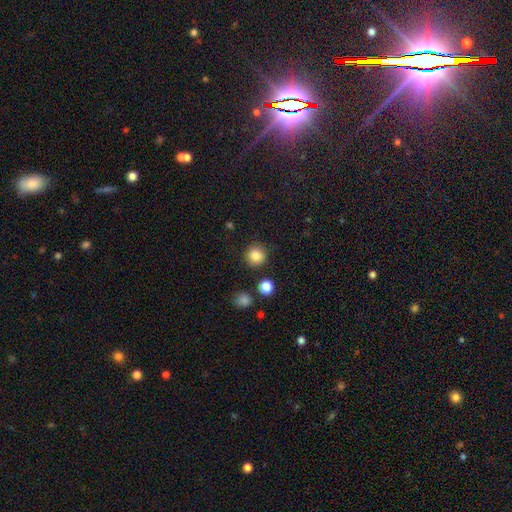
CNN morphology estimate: A smooth galaxy with no disk features (85%) that is round (93%).

Vote fractions:
- Smooth or featured? smooth: 85% / star or artifact: 11% / featured or disk: 5%
- How rounded? round: 93% / in between: 6% / cigar-shaped: 1%
- Merging? none: 88% / minor disturbance: 7% / merger: 3% / major disturbance: 2%